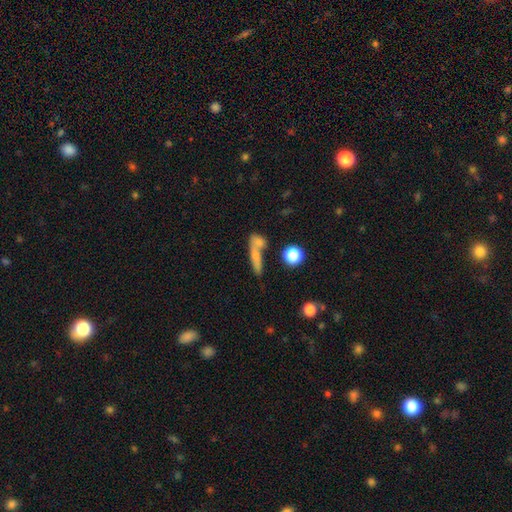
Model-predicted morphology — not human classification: This appears to be a smooth galaxy with no disk features (66%) that is cigar-shaped (64%). Merging: none (49%).